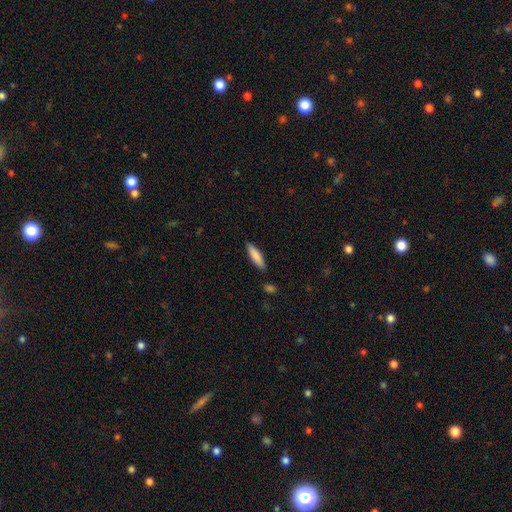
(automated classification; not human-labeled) The model was most divided on "how rounded": cigar-shaped: 64%, in between: 34%, round: 1%. More confident: merging — none (86%); smooth or featured — smooth (86%).